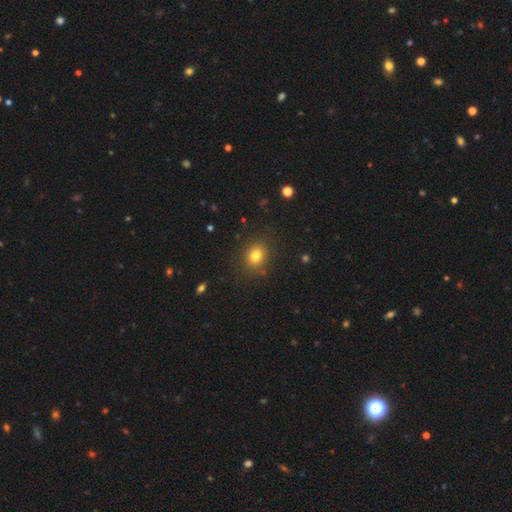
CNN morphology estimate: smooth-or-featured: smooth: 79% | star or artifact: 13% | featured or disk: 8%
  how-rounded: round: 65% | in between: 34% | cigar-shaped: 1%
  merging: none: 86% | minor disturbance: 9% | major disturbance: 3% | merger: 2%